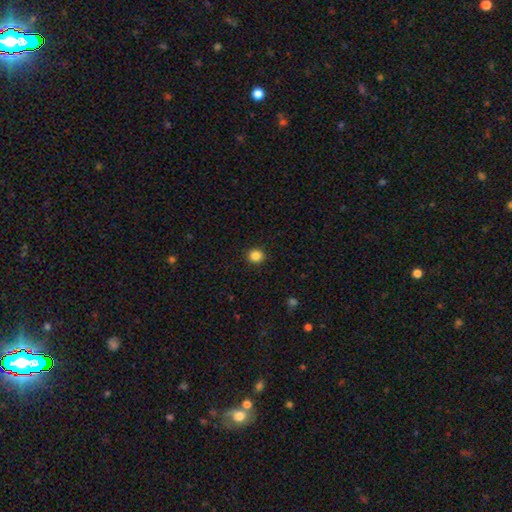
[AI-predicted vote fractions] Smooth or featured?
  - smooth: 86% *
  - star or artifact: 11%
  - featured or disk: 3%
How rounded?
  - round: 89% *
  - in between: 10%
  - cigar-shaped: 1%
Merging?
  - none: 92% *
  - minor disturbance: 5%
  - major disturbance: 2%
  - merger: 1%